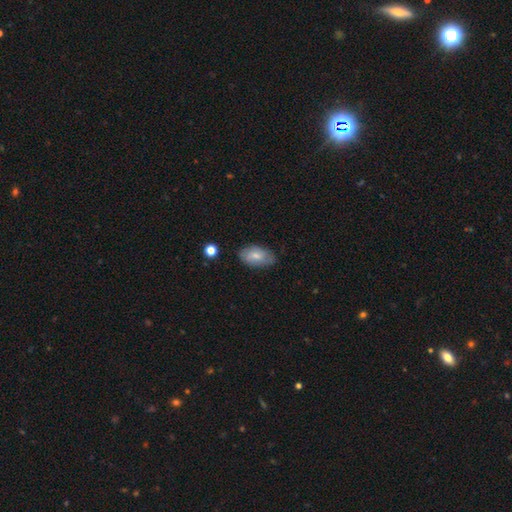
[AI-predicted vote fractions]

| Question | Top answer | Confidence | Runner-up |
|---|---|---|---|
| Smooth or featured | smooth | 72% | featured or disk (21%) |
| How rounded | in between | 93% | round (5%) |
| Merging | none | 76% | minor disturbance (19%) |